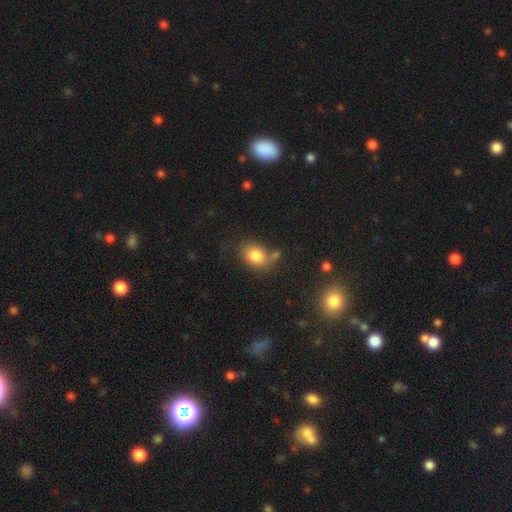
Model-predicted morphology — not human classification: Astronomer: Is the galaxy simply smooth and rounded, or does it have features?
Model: smooth — 82%.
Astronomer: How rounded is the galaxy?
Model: in between — 64%.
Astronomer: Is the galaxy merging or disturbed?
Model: none — 61%.